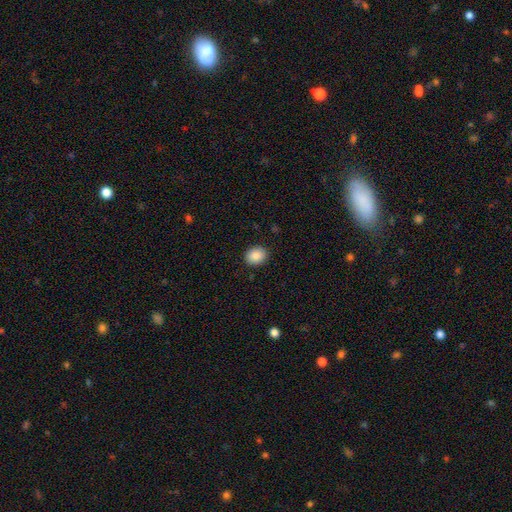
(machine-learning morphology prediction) Smooth or featured: smooth — 88% (star or artifact — 8%)
How rounded: round — 53% (in between — 46%)
Merging: none — 90% (minor disturbance — 7%)